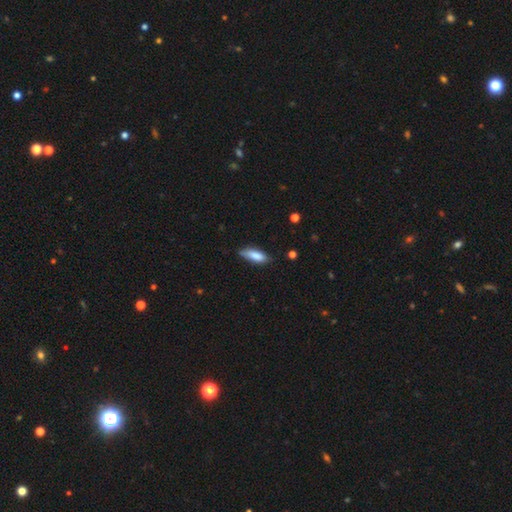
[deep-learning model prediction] Morphology: type=smooth (82%); roundness=in between (61%); merging=none (69%).